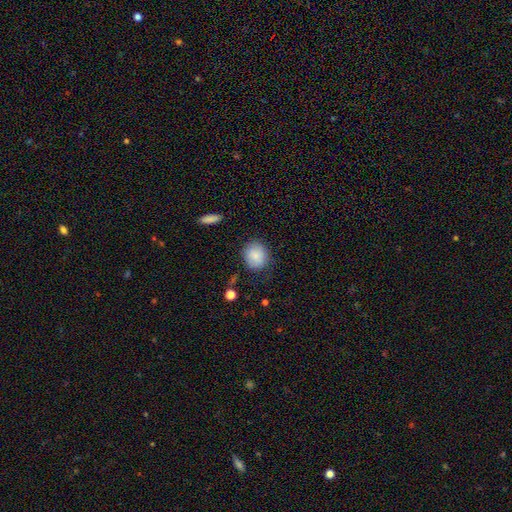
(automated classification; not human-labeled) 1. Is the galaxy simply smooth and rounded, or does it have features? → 85% smooth, 7% star or artifact, 7% featured or disk.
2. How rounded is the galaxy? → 72% round, 27% in between, 1% cigar-shaped.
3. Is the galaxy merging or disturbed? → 80% none, 14% minor disturbance, 4% major disturbance, 2% merger.